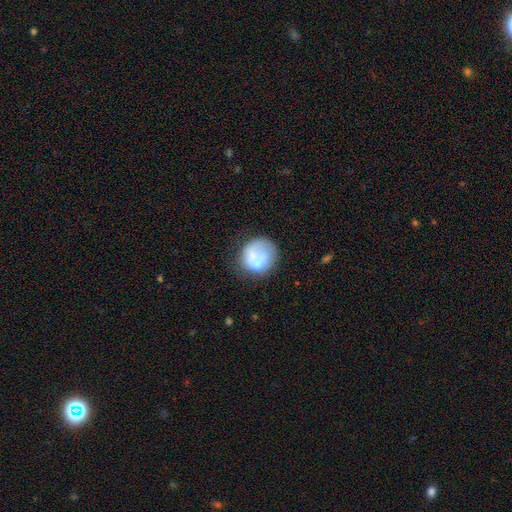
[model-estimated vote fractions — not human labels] This appears to be a smooth galaxy with no disk features (63%) that is round (88%). Merging: none (55%).